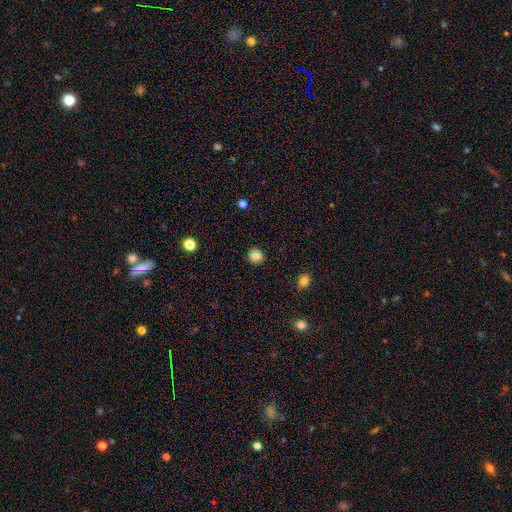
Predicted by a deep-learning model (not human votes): This is likely a smooth galaxy (77%). How rounded: likely round (80%). Merging: clearly none (85%).